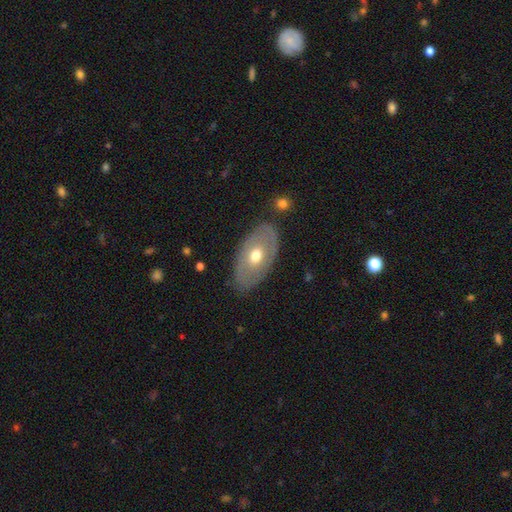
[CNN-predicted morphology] A featured or disk galaxy (51%). Merging: none (82%).